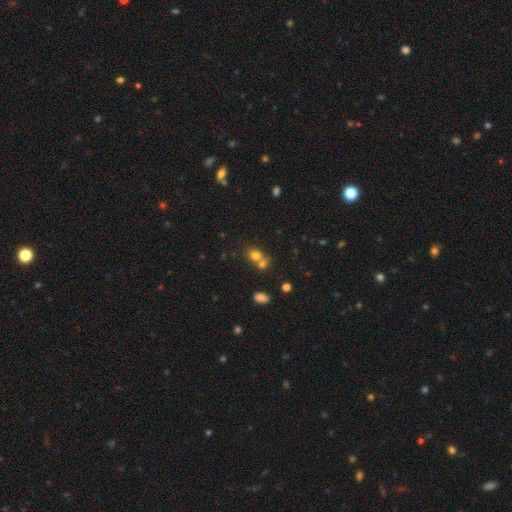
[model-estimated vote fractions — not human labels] Overall: smooth (75%). How rounded: round (66%; in between 32%). Merging: merger (50%; none 39%).